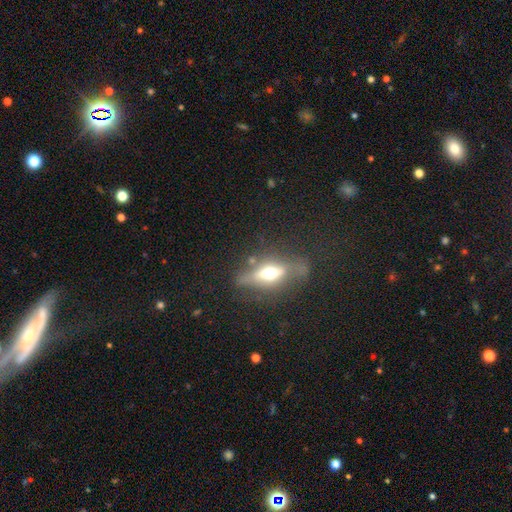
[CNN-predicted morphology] A featured or disk galaxy (63%) viewed edge-on (82%) with a rounded central bulge (93%).

Vote fractions:
- Smooth or featured? featured or disk: 63% / smooth: 25% / star or artifact: 12%
- Edge-on disk? yes: 82% / no: 18%
- Edge-on bulge? rounded: 93% / boxy: 4% / none: 3%
- Merging? none: 72% / minor disturbance: 16% / major disturbance: 9% / merger: 3%